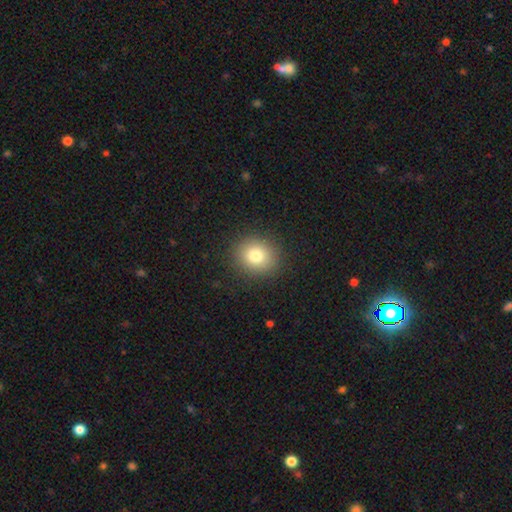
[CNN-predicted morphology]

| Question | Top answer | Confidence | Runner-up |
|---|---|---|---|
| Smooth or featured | smooth | 80% | star or artifact (12%) |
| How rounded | round | 79% | in between (20%) |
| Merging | none | 90% | minor disturbance (7%) |